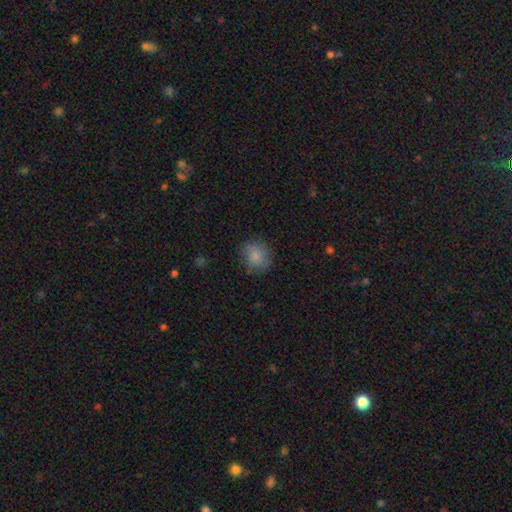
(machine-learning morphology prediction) The model was most divided on "how rounded": round: 77%, in between: 22%, cigar-shaped: 1%. More confident: smooth or featured — smooth (83%); merging — none (78%).